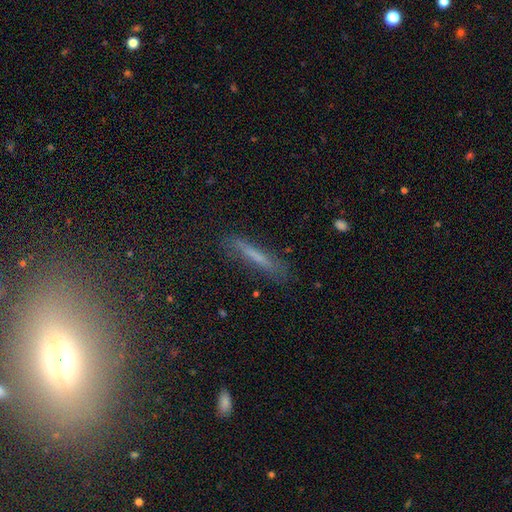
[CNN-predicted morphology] Q: Smooth or featured?
A: smooth (57%); runner-up: featured or disk (29%)
Q: How rounded?
A: cigar-shaped (93%); runner-up: in between (6%)
Q: Merging?
A: none (80%); runner-up: minor disturbance (15%)